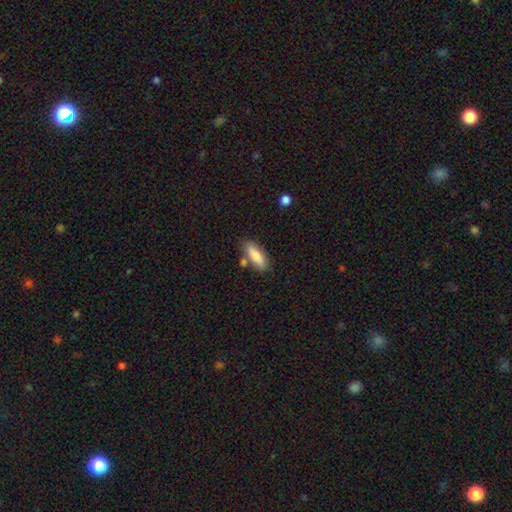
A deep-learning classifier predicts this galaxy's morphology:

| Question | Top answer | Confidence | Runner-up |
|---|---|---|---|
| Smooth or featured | smooth | 79% | featured or disk (14%) |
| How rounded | in between | 65% | cigar-shaped (32%) |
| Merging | none | 71% | minor disturbance (15%) |